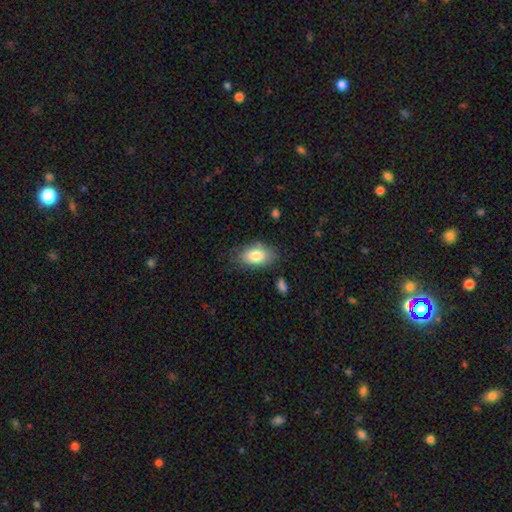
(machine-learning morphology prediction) The model was most divided on "merging": none: 72%, minor disturbance: 20%, major disturbance: 5%, merger: 3%. More confident: how rounded — in between (91%); smooth or featured — smooth (82%).